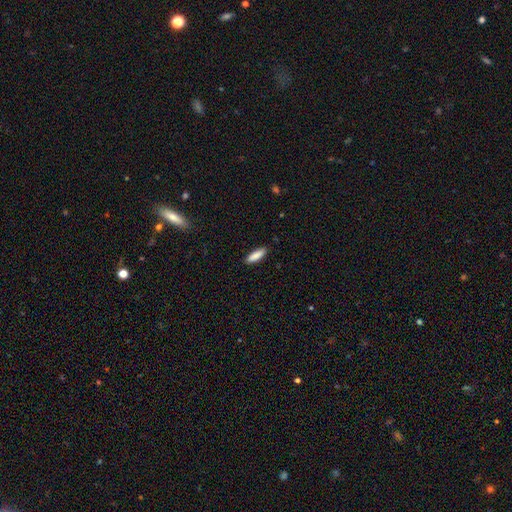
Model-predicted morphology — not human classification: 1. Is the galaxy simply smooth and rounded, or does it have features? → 88% smooth, 6% star or artifact, 6% featured or disk.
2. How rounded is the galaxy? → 56% cigar-shaped, 42% in between, 1% round.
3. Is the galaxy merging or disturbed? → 88% none, 9% minor disturbance, 2% major disturbance, 1% merger.